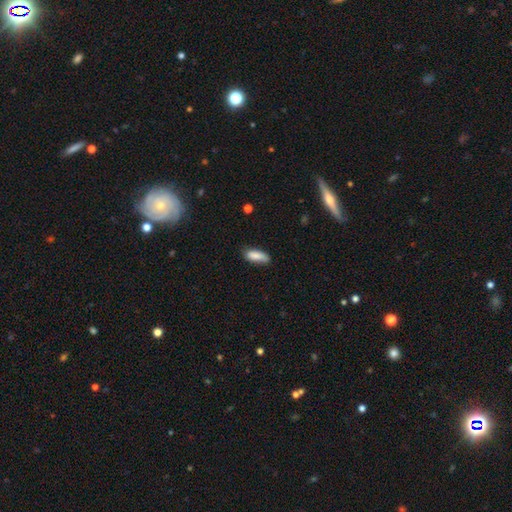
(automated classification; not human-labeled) smooth-or-featured: smooth: 85% | featured or disk: 8% | star or artifact: 7%
  how-rounded: in between: 69% | cigar-shaped: 29% | round: 2%
  merging: none: 69% | minor disturbance: 24% | major disturbance: 4% | merger: 2%